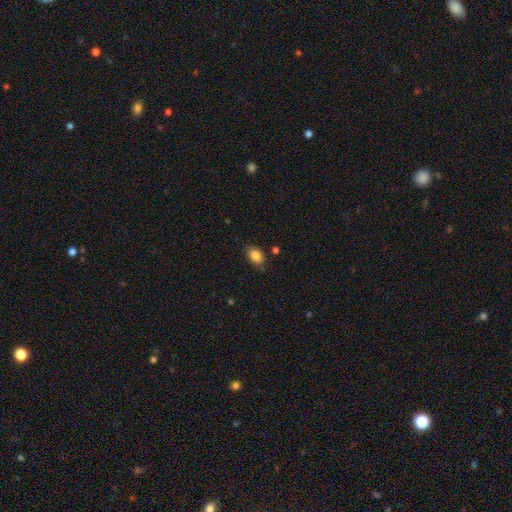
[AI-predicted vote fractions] The model was most divided on "merging": none: 81%, minor disturbance: 14%, major disturbance: 3%, merger: 2%. More confident: smooth or featured — smooth (87%); how rounded — in between (83%).